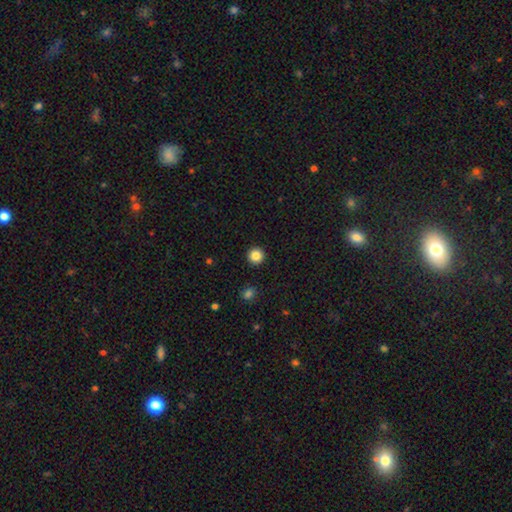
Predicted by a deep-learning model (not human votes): A smooth galaxy with no disk features (86%) that is round (96%). Merging: none (93%).